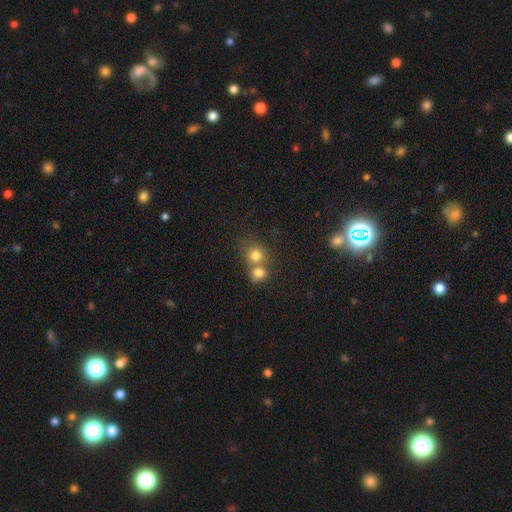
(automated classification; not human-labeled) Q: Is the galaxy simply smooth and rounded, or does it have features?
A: smooth — 78%.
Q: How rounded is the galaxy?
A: round — 83%.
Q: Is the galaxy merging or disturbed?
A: merger — 51%.